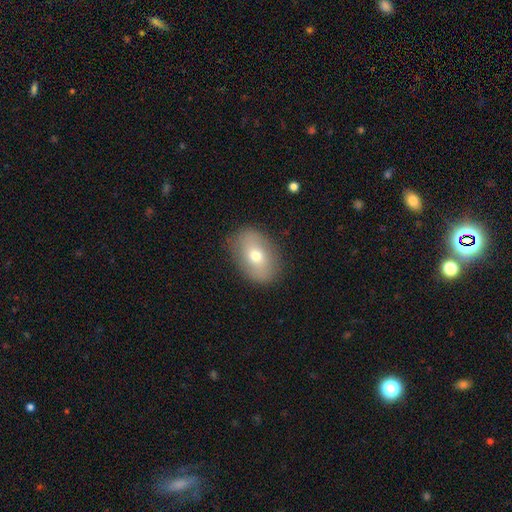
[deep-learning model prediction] This appears to be a smooth galaxy with no disk features (62%) that is in between round and cigar-shaped (80%). Merging: none (85%).